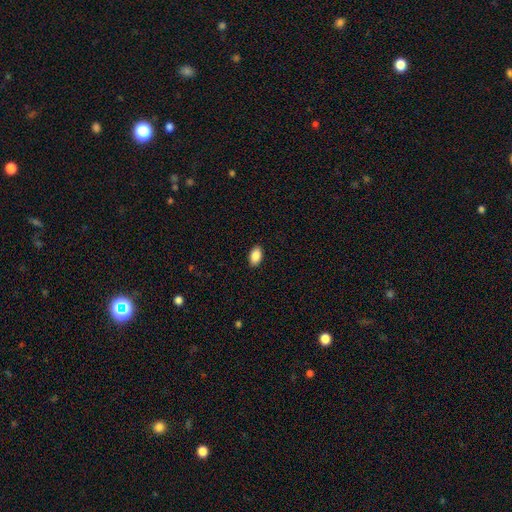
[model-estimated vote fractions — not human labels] Smooth or featured?
  - smooth: 89% *
  - star or artifact: 7%
  - featured or disk: 4%
How rounded?
  - in between: 92% *
  - round: 6%
  - cigar-shaped: 1%
Merging?
  - none: 90% *
  - minor disturbance: 7%
  - major disturbance: 2%
  - merger: 1%